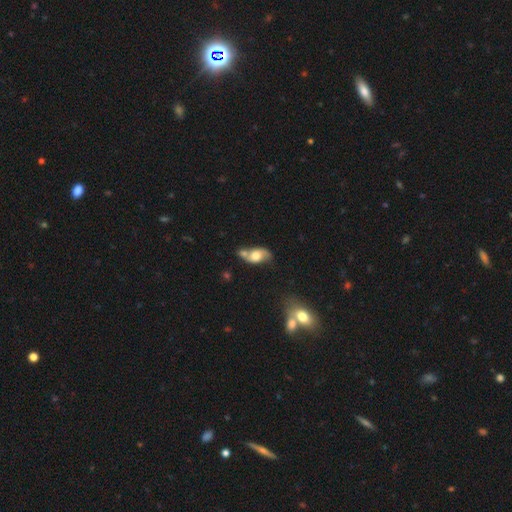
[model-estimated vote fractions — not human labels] smooth_or_featured: smooth (p=0.51) [alt: featured or disk p=0.41]
how_rounded: in between (p=0.85) [alt: round p=0.09]
merging: none (p=0.37) [alt: merger p=0.35]